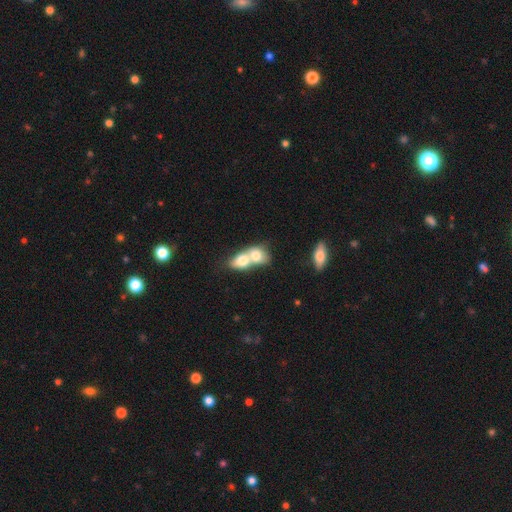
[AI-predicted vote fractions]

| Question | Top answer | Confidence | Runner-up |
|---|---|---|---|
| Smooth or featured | smooth | 71% | featured or disk (22%) |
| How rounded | in between | 66% | round (31%) |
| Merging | merger | 81% | none (12%) |